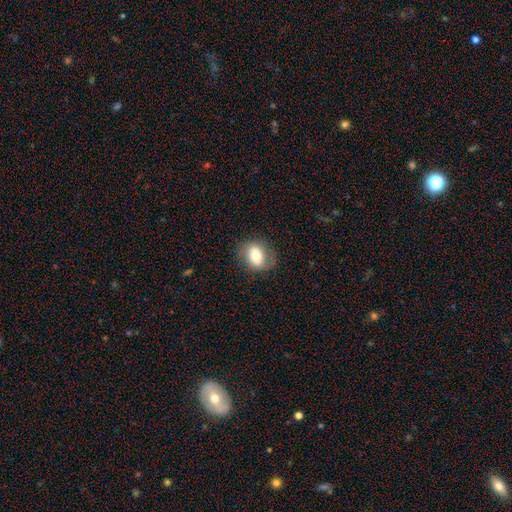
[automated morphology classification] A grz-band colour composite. It shows a smooth galaxy with no disk features (69%) that is in between round and cigar-shaped (57%). Merging: none (75%).